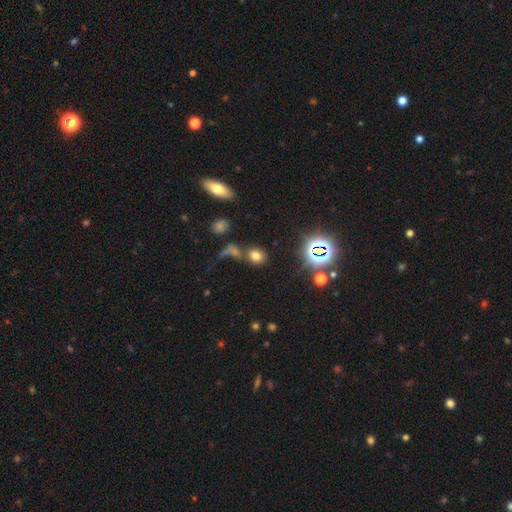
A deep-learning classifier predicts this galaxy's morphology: A smooth galaxy with no disk features (67%) that is round (56%).

Vote fractions:
- Smooth or featured? smooth: 67% / star or artifact: 24% / featured or disk: 9%
- How rounded? round: 56% / in between: 42% / cigar-shaped: 2%
- Merging? none: 63% / merger: 18% / minor disturbance: 11% / major disturbance: 8%